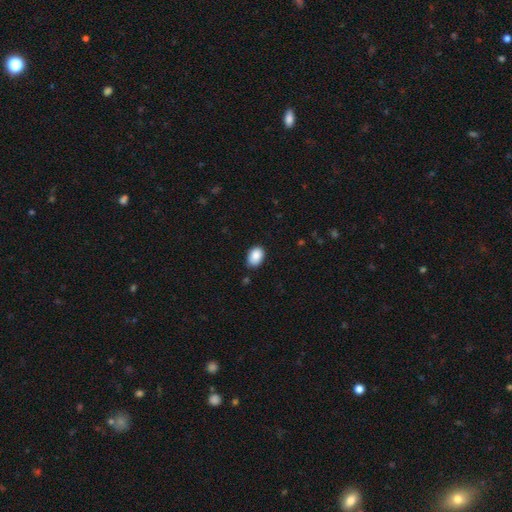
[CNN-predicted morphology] Overall: smooth (89%). How rounded: in between (79%). Merging: none (79%).